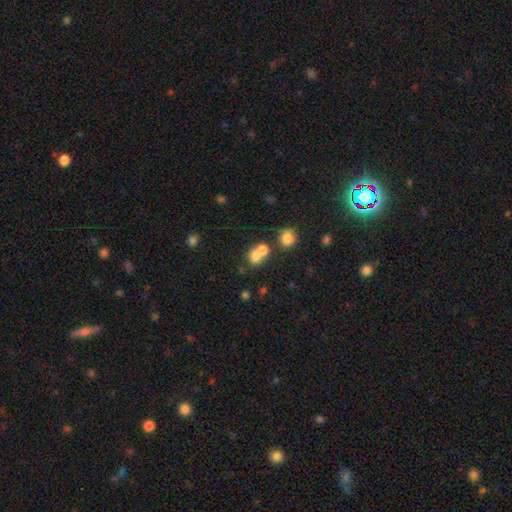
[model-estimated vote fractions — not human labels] A smooth galaxy with no disk features (72%) that is round (70%).

Vote fractions:
- Smooth or featured? smooth: 72% / featured or disk: 15% / star or artifact: 13%
- How rounded? round: 70% / in between: 29% / cigar-shaped: 1%
- Merging? merger: 59% / none: 31% / minor disturbance: 6% / major disturbance: 4%